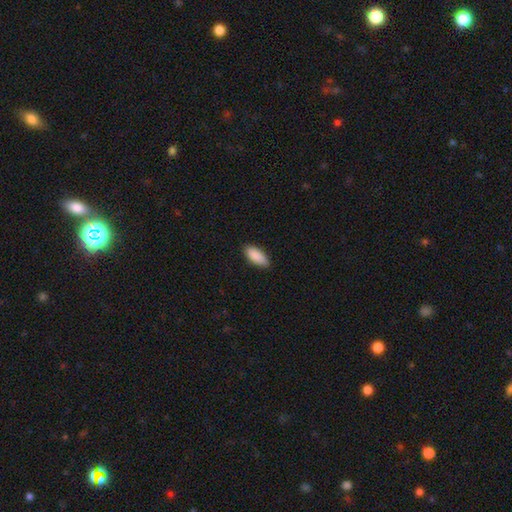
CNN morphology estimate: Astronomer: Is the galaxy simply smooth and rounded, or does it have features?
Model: smooth — 90%.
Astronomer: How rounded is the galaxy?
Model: in between — 82%.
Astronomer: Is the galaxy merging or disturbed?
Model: none — 86%.